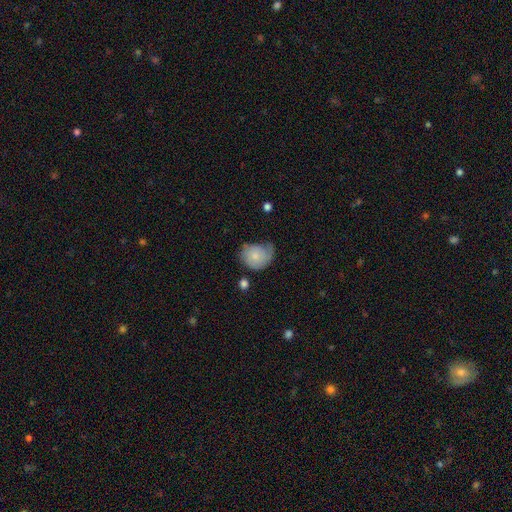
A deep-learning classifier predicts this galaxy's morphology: A smooth galaxy with no disk features (69%) that is round (61%). Merging: minor disturbance (40%).